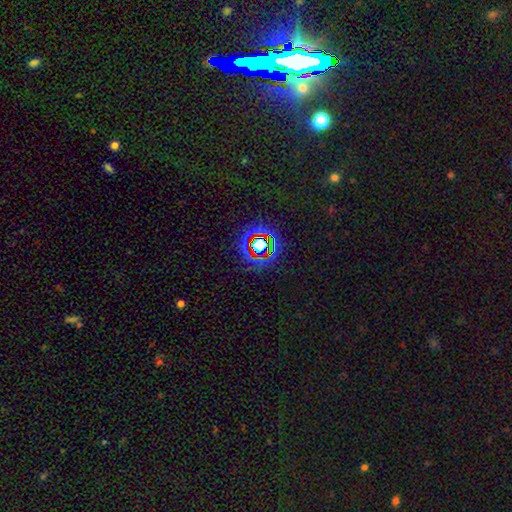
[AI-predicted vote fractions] smooth-or-featured: star or artifact: 61% | featured or disk: 21% | smooth: 18%